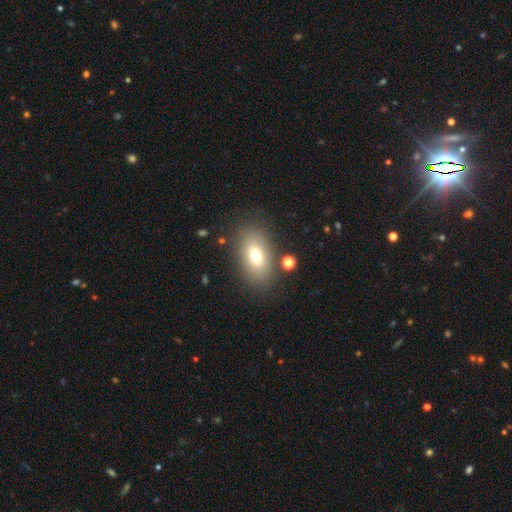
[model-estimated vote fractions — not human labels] Smooth or featured? smooth (72%)
How rounded? in between (89%)
Merging? none (81%)